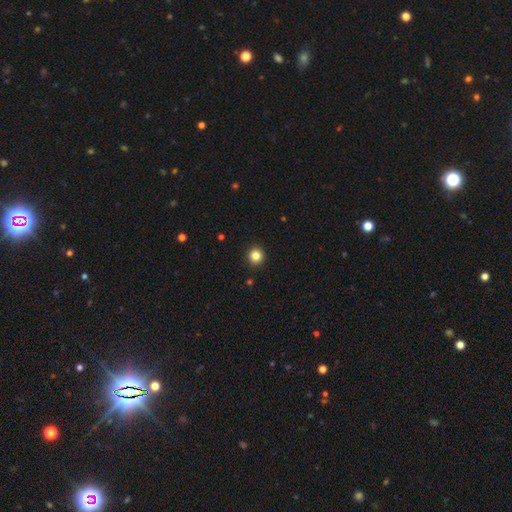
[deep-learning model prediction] A smooth galaxy with no disk features (84%) that is round (93%).

Vote fractions:
- Smooth or featured? smooth: 84% / star or artifact: 12% / featured or disk: 5%
- How rounded? round: 93% / in between: 6% / cigar-shaped: 1%
- Merging? none: 93% / minor disturbance: 5% / major disturbance: 2% / merger: 1%